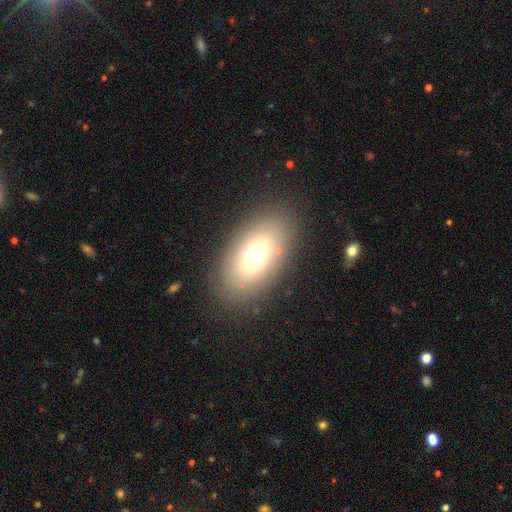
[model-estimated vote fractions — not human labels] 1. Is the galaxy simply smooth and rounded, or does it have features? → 61% smooth, 29% featured or disk, 10% star or artifact.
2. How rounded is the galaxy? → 88% in between, 10% round, 2% cigar-shaped.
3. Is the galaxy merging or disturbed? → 83% none, 11% minor disturbance, 5% major disturbance, 2% merger.